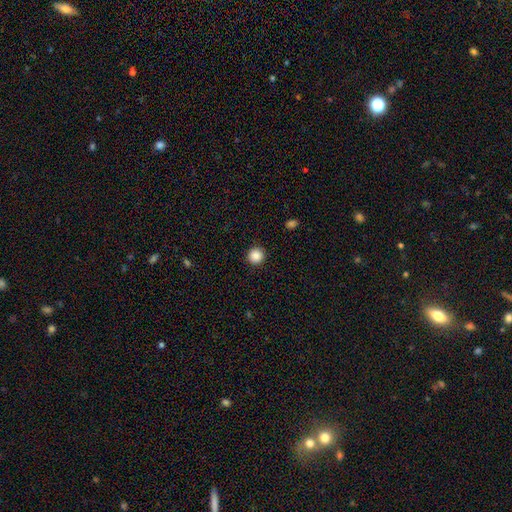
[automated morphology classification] smooth_or_featured: smooth (p=0.88) [alt: star or artifact p=0.10]
how_rounded: round (p=0.96) [alt: in between p=0.03]
merging: none (p=0.93) [alt: minor disturbance p=0.05]